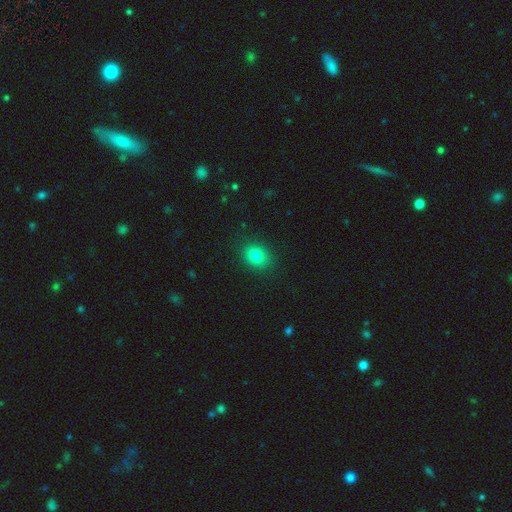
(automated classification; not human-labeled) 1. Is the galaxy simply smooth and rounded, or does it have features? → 81% smooth, 12% star or artifact, 7% featured or disk.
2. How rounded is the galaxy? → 51% in between, 48% round, 1% cigar-shaped.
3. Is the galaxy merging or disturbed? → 88% none, 9% minor disturbance, 3% major disturbance, 1% merger.